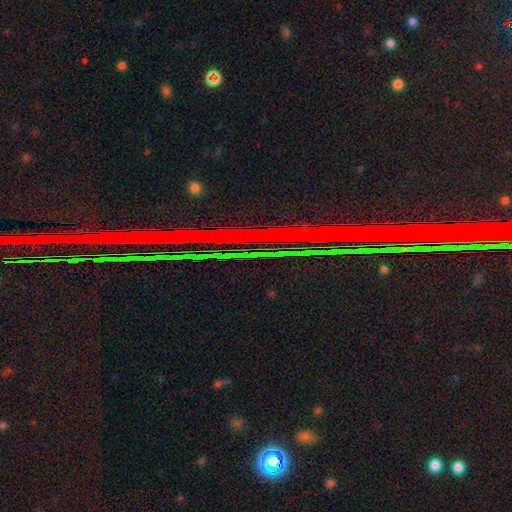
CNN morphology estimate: smooth_or_featured: star or artifact (p=0.85) [alt: featured or disk p=0.08]